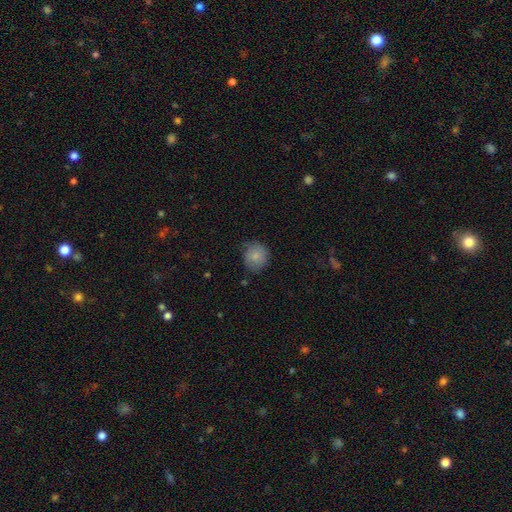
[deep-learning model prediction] Smooth or featured? smooth (82%)
How rounded? round (84%)
Merging? none (71%)